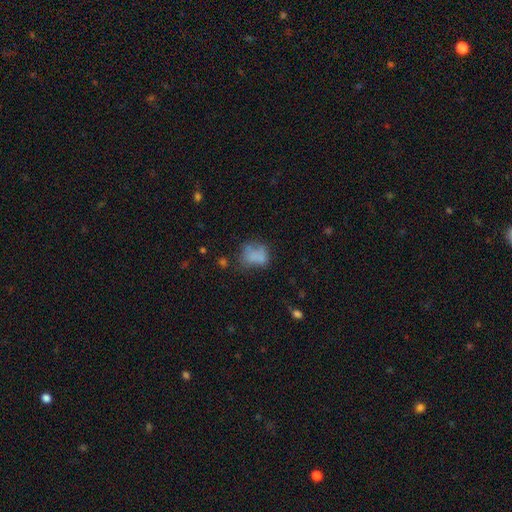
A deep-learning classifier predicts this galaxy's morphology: This is likely a smooth galaxy (66%). How rounded: possibly in between (53%). Merging: marginally none (40%).